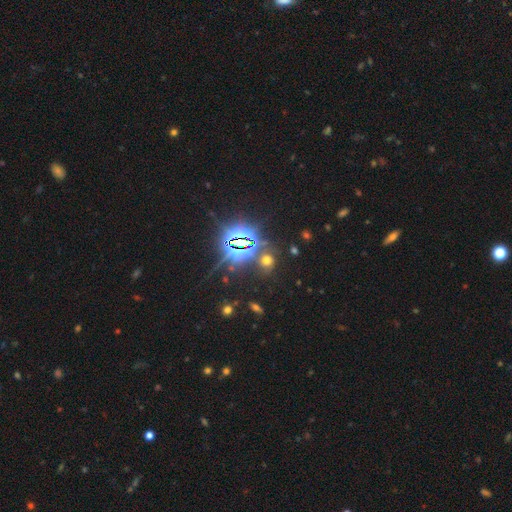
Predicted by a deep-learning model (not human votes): Smooth or featured: star or artifact — 58% (smooth — 34%)